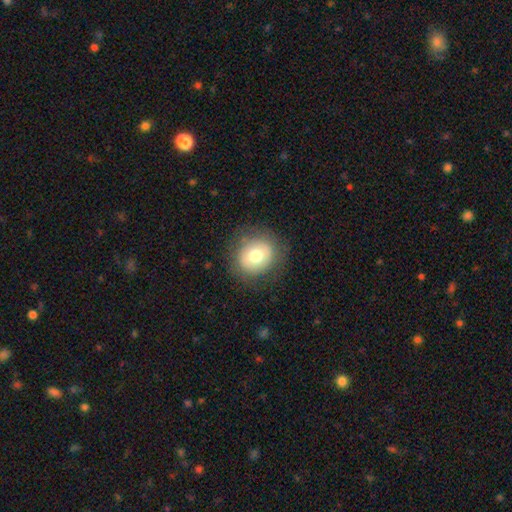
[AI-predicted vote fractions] smooth 70%, featured or disk 20%, star or artifact 10%. Down the decision tree: how rounded — round (83%); merging — none (82%).